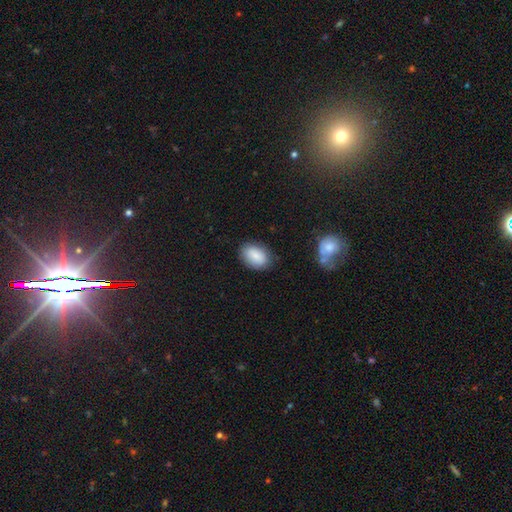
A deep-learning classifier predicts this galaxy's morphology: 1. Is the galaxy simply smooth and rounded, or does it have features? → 84% smooth, 9% featured or disk, 7% star or artifact.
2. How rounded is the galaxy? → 87% in between, 12% round, 1% cigar-shaped.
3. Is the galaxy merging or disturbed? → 81% none, 14% minor disturbance, 3% major disturbance, 2% merger.